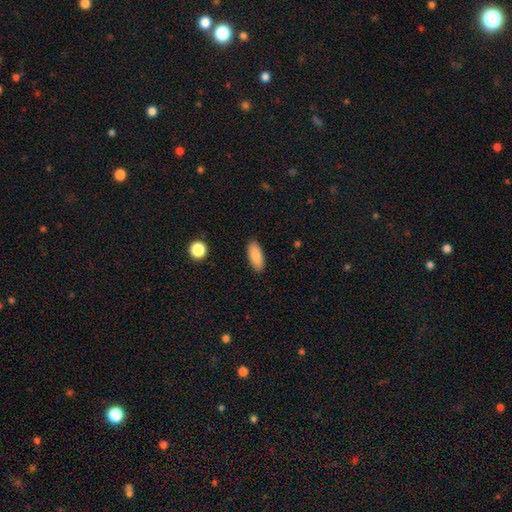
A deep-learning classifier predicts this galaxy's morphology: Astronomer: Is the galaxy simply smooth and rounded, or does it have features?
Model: smooth — 85%.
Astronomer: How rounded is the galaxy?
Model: in between — 80%.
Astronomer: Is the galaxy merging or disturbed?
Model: none — 88%.